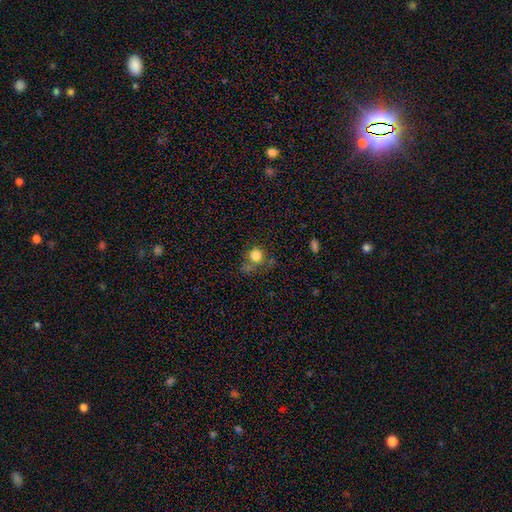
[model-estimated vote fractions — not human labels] This is likely a smooth galaxy (79%). How rounded: clearly round (84%). Merging: possibly none (54%).